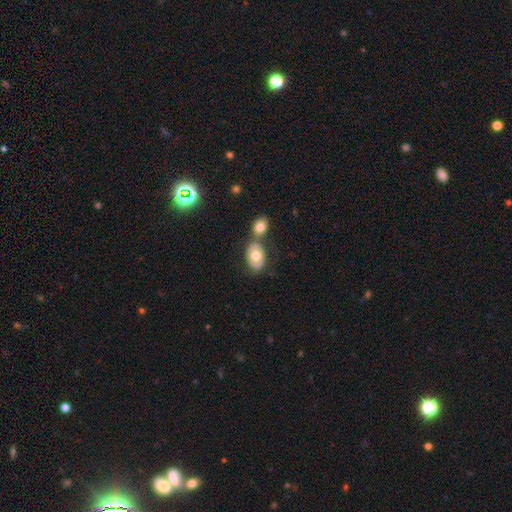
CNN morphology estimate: The model was most divided on "merging": none: 51%, merger: 32%, minor disturbance: 13%, major disturbance: 5%. More confident: how rounded — in between (81%); smooth or featured — smooth (63%).